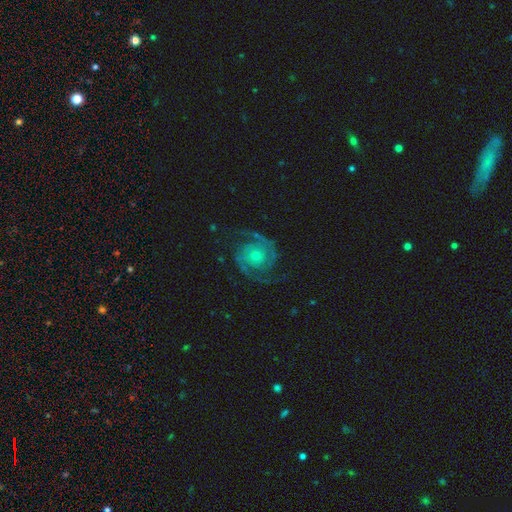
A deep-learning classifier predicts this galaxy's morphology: A featured or disk galaxy (91%) with no bar (74%), 2 (90%) medium (50%) spiral arms (98%) and a small central bulge (60%). Merging: none (79%).